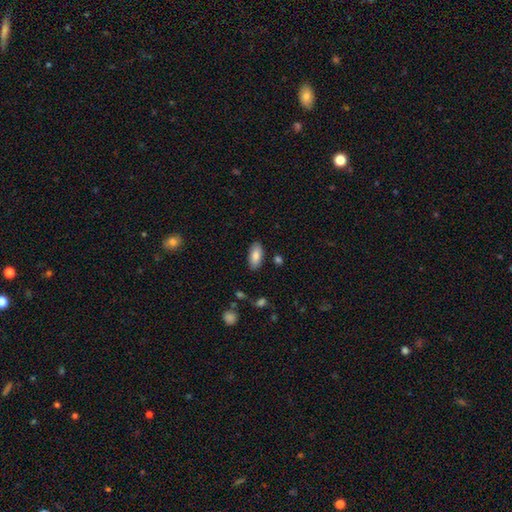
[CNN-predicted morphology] Q: Smooth or featured?
A: smooth (84%); runner-up: featured or disk (9%)
Q: How rounded?
A: in between (89%); runner-up: cigar-shaped (9%)
Q: Merging?
A: none (85%); runner-up: minor disturbance (11%)